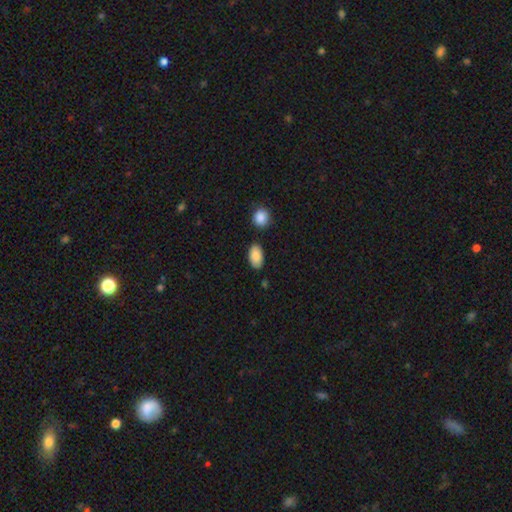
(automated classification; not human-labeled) This is clearly a smooth galaxy (88%). How rounded: clearly in between (94%). Merging: clearly none (82%).